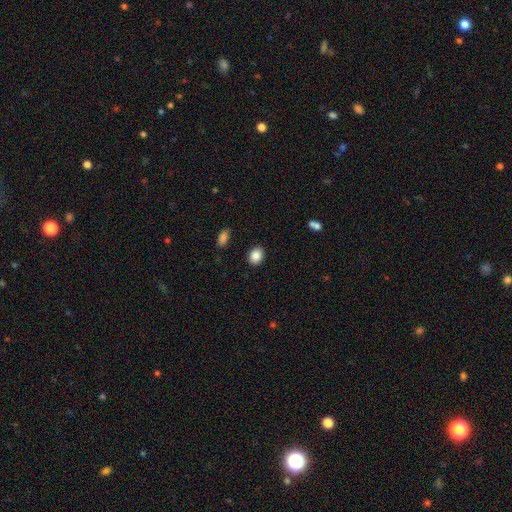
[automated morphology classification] Smooth or featured? smooth (87%)
How rounded? in between (60%)
Merging? none (88%)